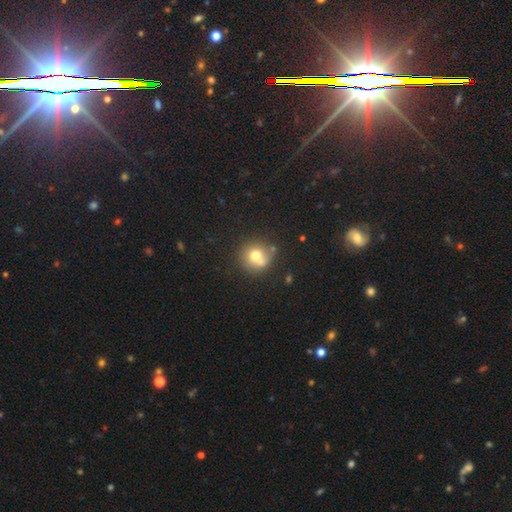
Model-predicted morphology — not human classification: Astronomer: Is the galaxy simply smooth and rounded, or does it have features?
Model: smooth — 71%.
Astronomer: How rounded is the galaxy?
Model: round — 89%.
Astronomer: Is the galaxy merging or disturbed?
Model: none — 58%.